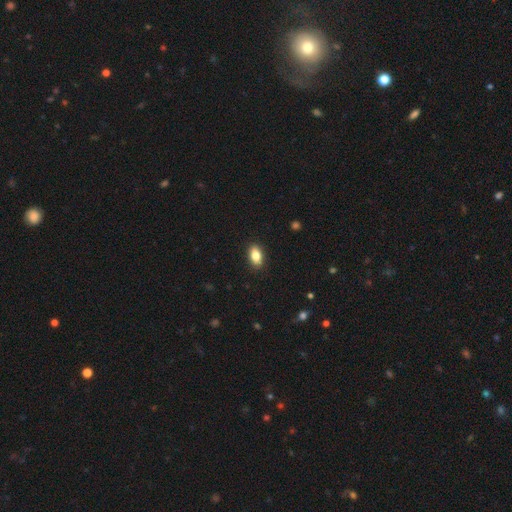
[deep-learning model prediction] Smooth or featured: smooth — 83% (featured or disk — 10%)
How rounded: in between — 89% (round — 7%)
Merging: none — 90% (minor disturbance — 8%)